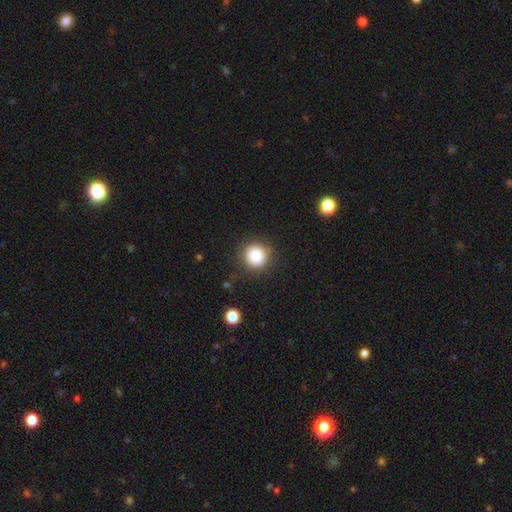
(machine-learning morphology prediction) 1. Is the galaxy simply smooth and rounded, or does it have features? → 86% smooth, 10% star or artifact, 4% featured or disk.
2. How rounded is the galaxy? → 94% round, 5% in between, 1% cigar-shaped.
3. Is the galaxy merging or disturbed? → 88% none, 8% minor disturbance, 3% major disturbance, 1% merger.